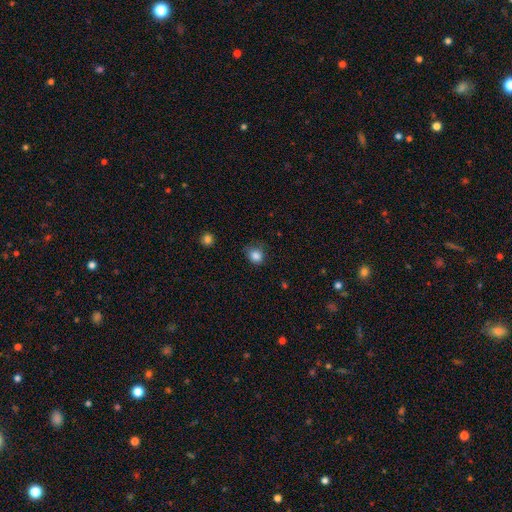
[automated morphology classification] Overall: smooth (85%). How rounded: round (69%; in between 30%). Merging: none (63%; minor disturbance 28%).